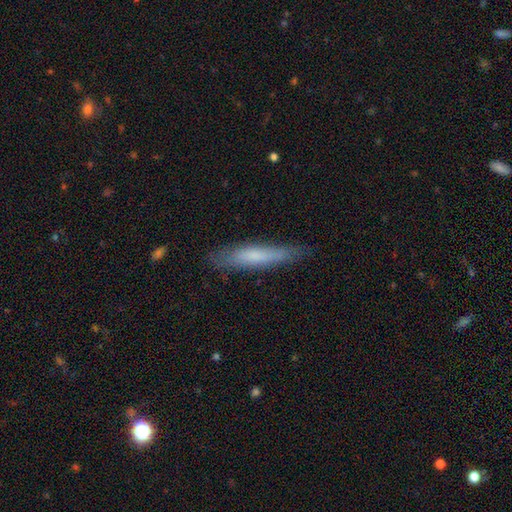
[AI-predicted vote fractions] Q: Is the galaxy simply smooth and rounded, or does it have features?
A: smooth — 67%.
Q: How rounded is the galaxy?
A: cigar-shaped — 89%.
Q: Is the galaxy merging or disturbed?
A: none — 79%.